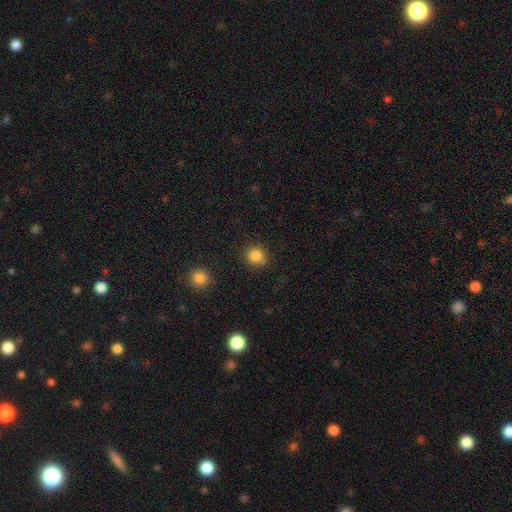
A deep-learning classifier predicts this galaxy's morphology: Overall: smooth (85%). How rounded: round (87%). Merging: none (84%).